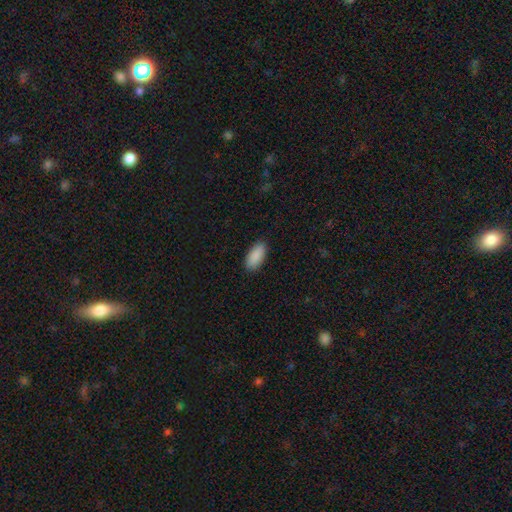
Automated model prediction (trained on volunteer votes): Morphology: type=smooth (91%); roundness=in between (92%); merging=none (89%).